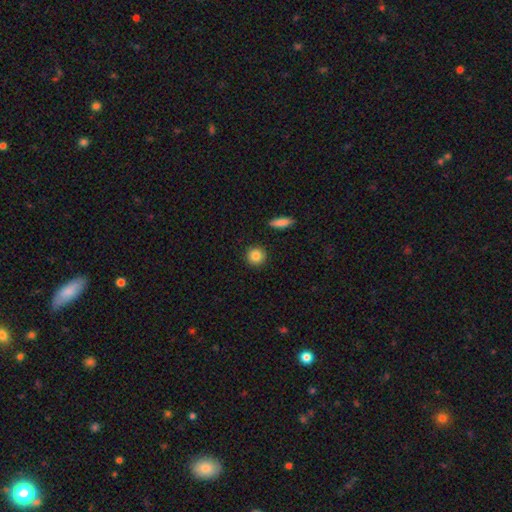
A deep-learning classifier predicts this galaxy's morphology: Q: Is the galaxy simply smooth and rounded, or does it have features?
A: smooth — 86%.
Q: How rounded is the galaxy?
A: round — 92%.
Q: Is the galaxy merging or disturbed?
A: none — 91%.